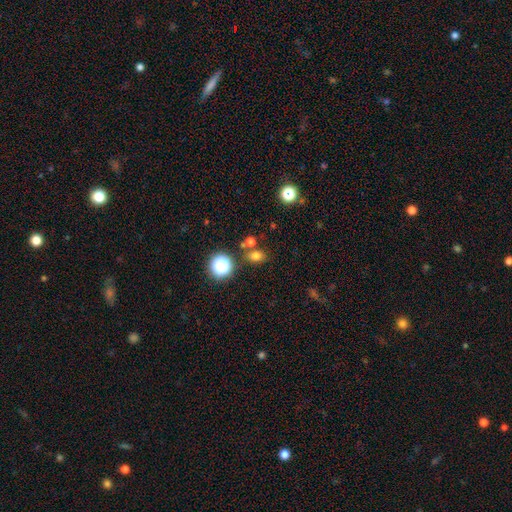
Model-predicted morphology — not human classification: Q: Smooth or featured?
A: smooth (73%); runner-up: star or artifact (20%)
Q: How rounded?
A: in between (57%); runner-up: round (42%)
Q: Merging?
A: none (72%); runner-up: merger (13%)